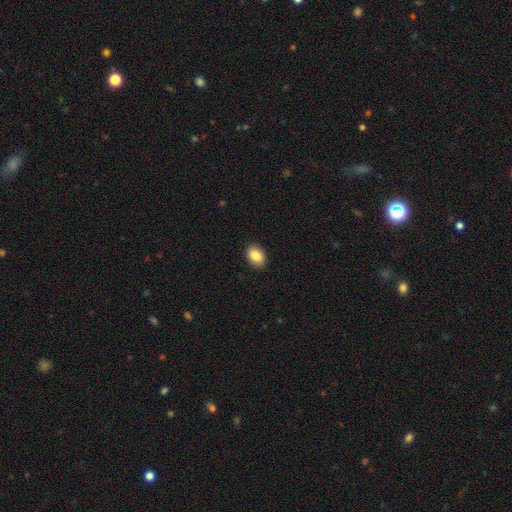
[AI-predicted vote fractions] The model was most divided on "how rounded": in between: 84%, round: 15%, cigar-shaped: 1%. More confident: merging — none (90%); smooth or featured — smooth (85%).